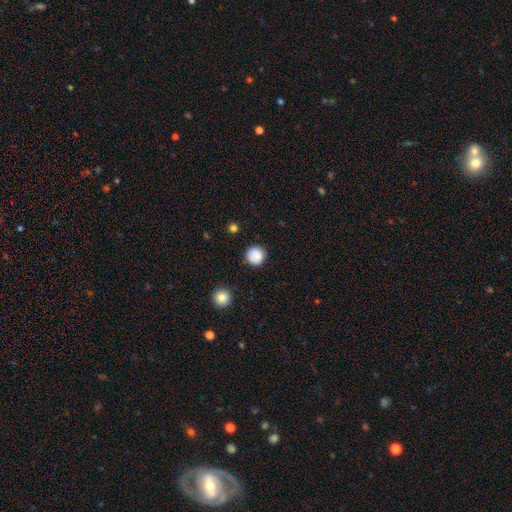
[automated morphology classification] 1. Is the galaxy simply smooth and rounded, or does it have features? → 86% smooth, 9% star or artifact, 5% featured or disk.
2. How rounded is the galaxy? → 95% round, 4% in between, 1% cigar-shaped.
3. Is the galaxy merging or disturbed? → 88% none, 8% minor disturbance, 2% major disturbance, 2% merger.